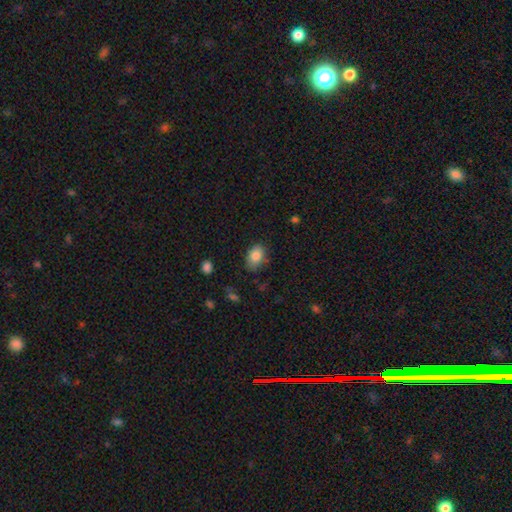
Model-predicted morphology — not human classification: smooth 84%, featured or disk 8%, star or artifact 8%. Down the decision tree: how rounded — in between (83%); merging — none (75%).